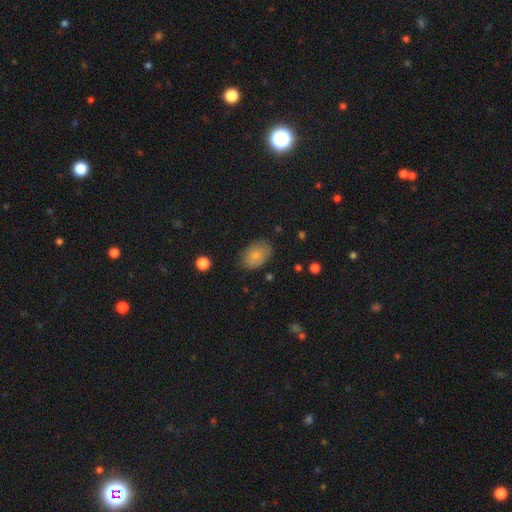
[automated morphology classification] Overall: smooth (80%). How rounded: in between (86%). Merging: none (75%).